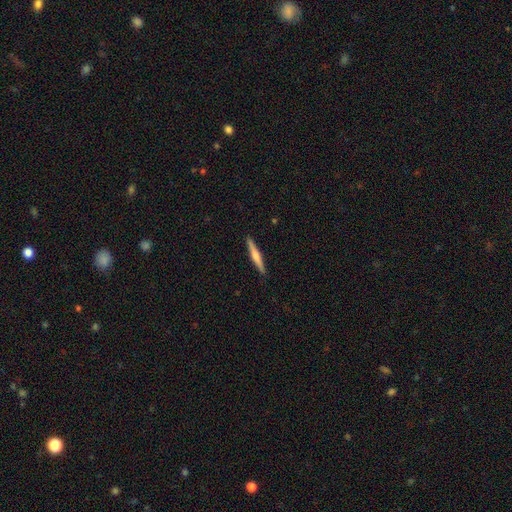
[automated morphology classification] A featured or disk galaxy (51%) viewed edge-on (98%). Merging: none (92%).